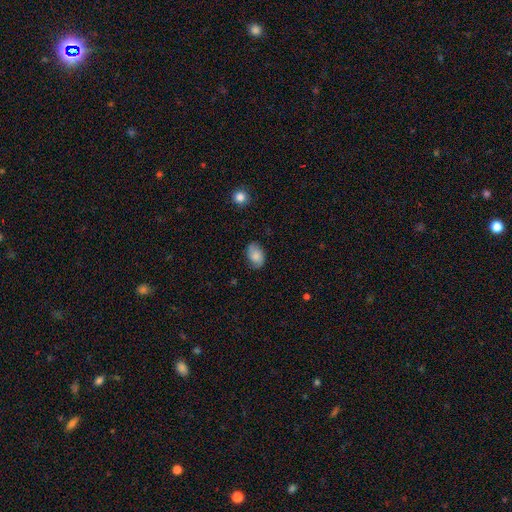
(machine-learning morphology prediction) Smooth or featured: smooth — 73% (featured or disk — 19%)
How rounded: in between — 87% (round — 12%)
Merging: none — 73% (minor disturbance — 21%)